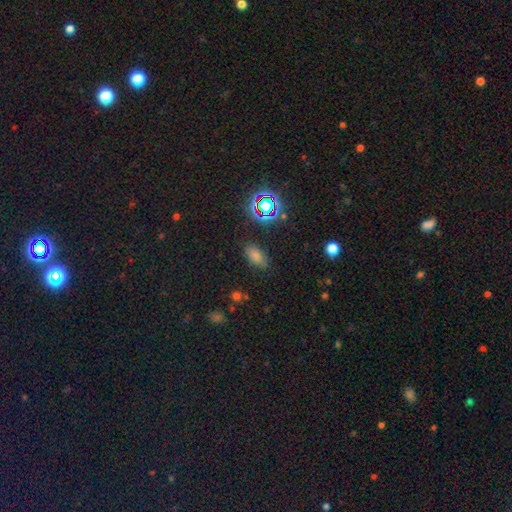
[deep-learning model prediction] Q: Smooth or featured?
A: smooth (71%); runner-up: star or artifact (21%)
Q: How rounded?
A: in between (89%); runner-up: round (6%)
Q: Merging?
A: none (80%); runner-up: minor disturbance (14%)